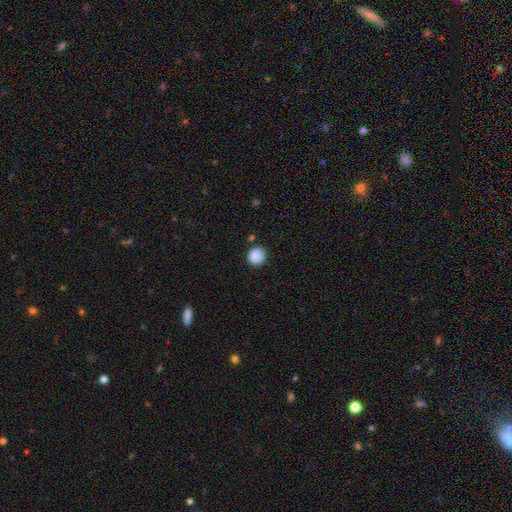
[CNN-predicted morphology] Overall: smooth (88%). How rounded: round (88%). Merging: none (83%).